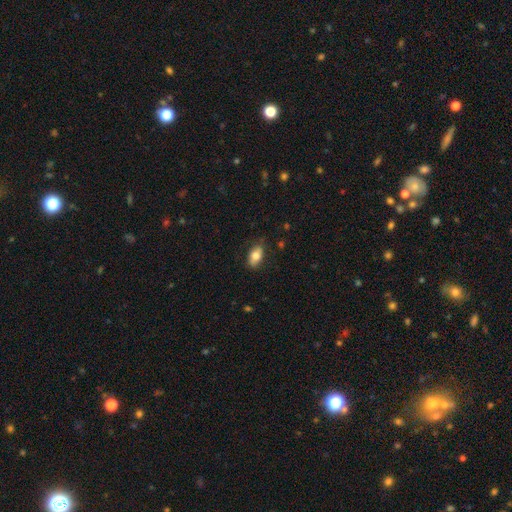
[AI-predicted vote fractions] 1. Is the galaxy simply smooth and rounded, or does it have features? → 78% smooth, 15% featured or disk, 7% star or artifact.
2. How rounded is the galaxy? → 89% in between, 7% round, 4% cigar-shaped.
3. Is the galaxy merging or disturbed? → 80% none, 15% minor disturbance, 3% major disturbance, 1% merger.